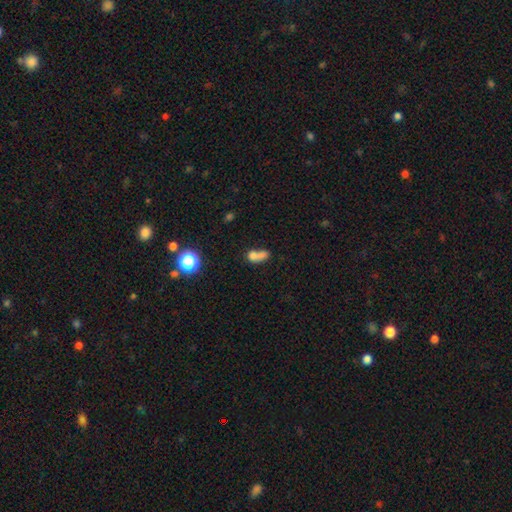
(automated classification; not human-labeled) This is likely a smooth galaxy (68%). How rounded: possibly in between (60%). Merging: possibly merger (54%).